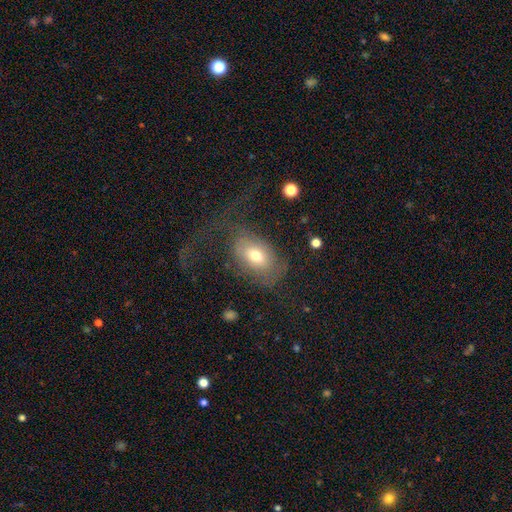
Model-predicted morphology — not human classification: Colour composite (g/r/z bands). It shows a smooth galaxy with no disk features (63%) that is in between round and cigar-shaped (85%). Merging: major disturbance (49%).